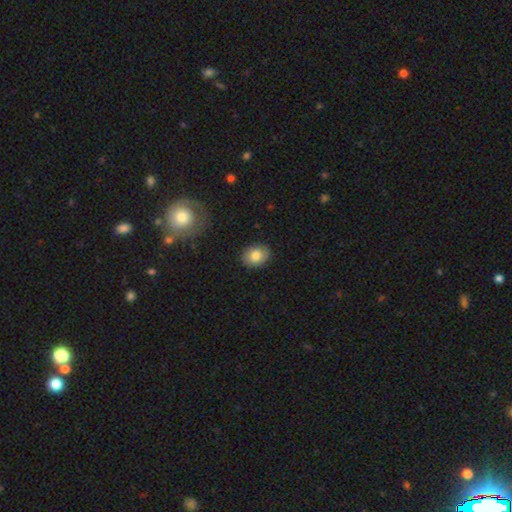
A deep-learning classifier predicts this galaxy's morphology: Smooth or featured? smooth (82%)
How rounded? in between (60%)
Merging? none (87%)